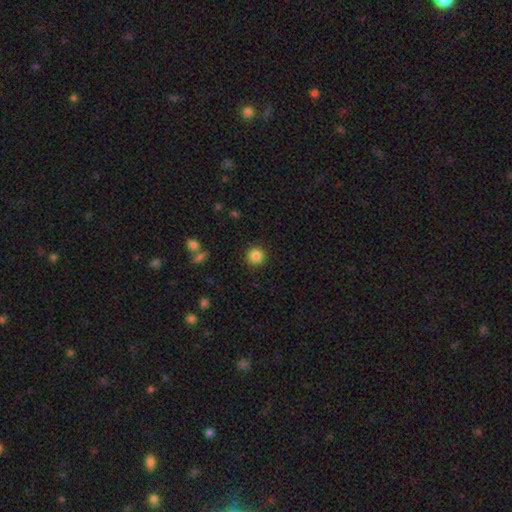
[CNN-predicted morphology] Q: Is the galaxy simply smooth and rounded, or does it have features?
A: smooth — 85%.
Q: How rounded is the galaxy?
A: round — 94%.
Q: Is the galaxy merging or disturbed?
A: none — 90%.